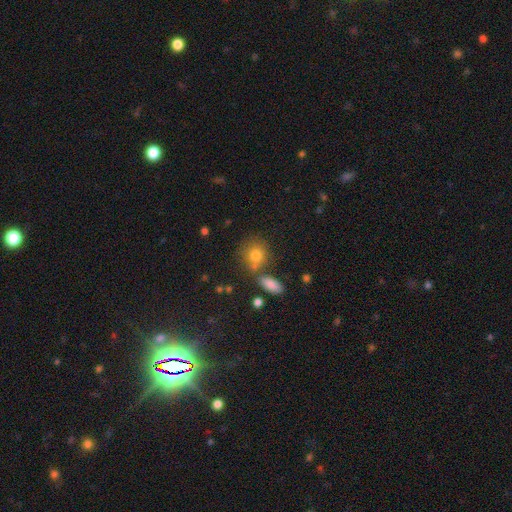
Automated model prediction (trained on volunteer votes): smooth-or-featured: smooth: 79% | star or artifact: 11% | featured or disk: 11%
  how-rounded: round: 75% | in between: 23% | cigar-shaped: 2%
  merging: none: 63% | merger: 18% | minor disturbance: 14% | major disturbance: 5%